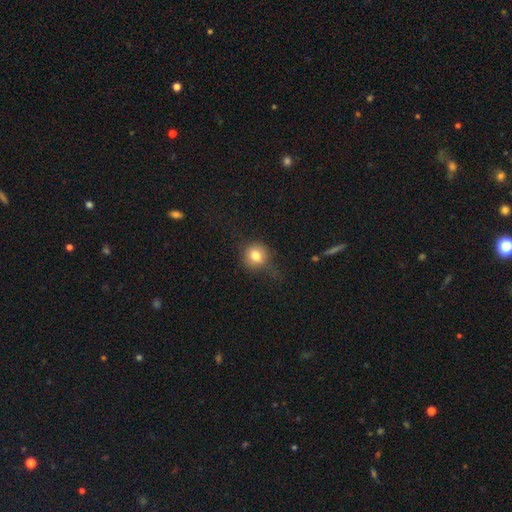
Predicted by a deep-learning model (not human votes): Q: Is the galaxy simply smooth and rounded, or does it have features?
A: smooth — 78%.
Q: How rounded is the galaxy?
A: round — 82%.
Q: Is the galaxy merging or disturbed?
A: none — 66%.